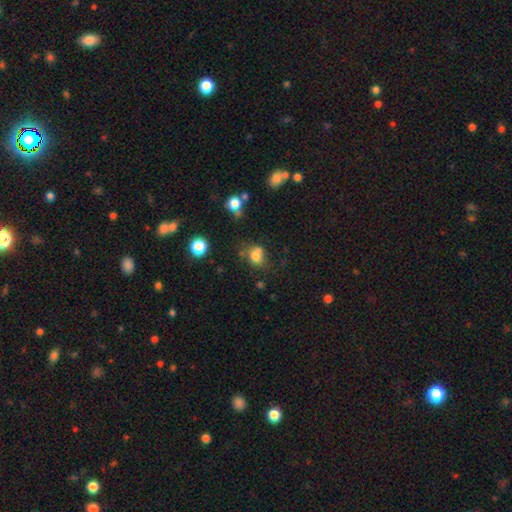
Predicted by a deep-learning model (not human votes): The model was most divided on "how rounded": round: 56%, in between: 42%, cigar-shaped: 1%. Remaining: smooth or featured — smooth (75%); merging — none (46%).